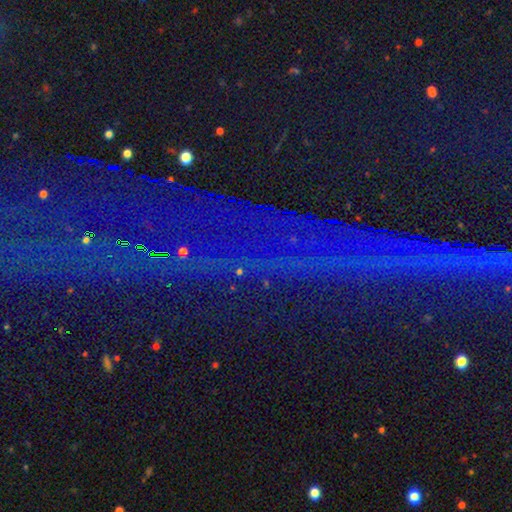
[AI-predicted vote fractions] smooth_or_featured: star or artifact (p=0.87) [alt: featured or disk p=0.07]